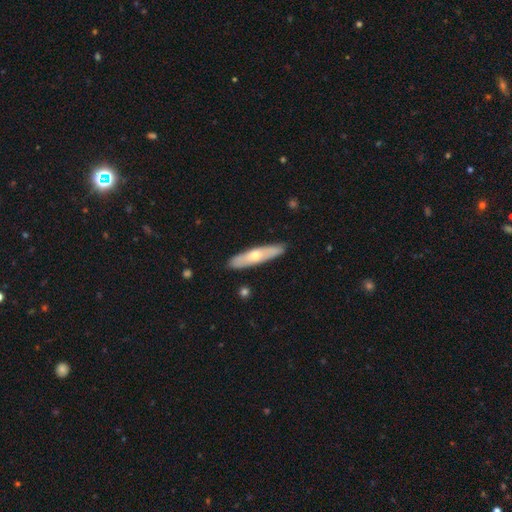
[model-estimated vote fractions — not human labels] Q: Smooth or featured?
A: smooth (49%); runner-up: featured or disk (45%)
Q: Merging?
A: none (89%); runner-up: minor disturbance (8%)